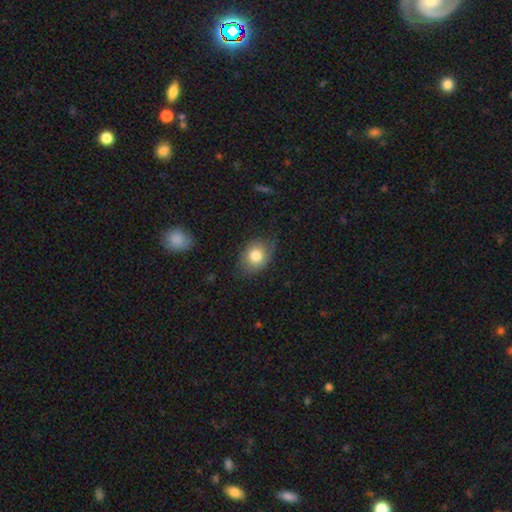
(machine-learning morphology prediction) The model was most divided on "how rounded": in between: 57%, round: 41%, cigar-shaped: 1%. More confident: smooth or featured — smooth (79%); merging — none (66%).